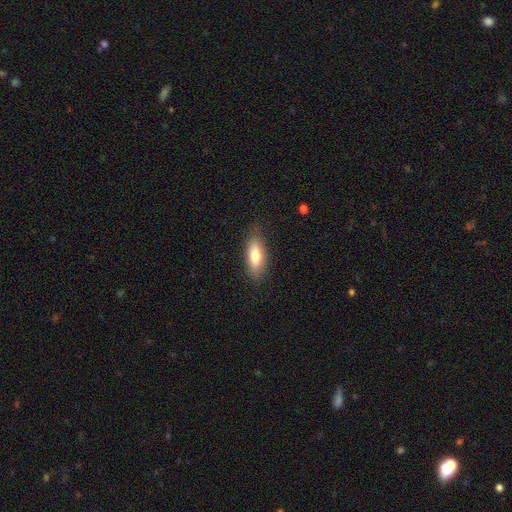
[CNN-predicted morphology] smooth_or_featured: smooth (p=0.75) [alt: featured or disk p=0.18]
how_rounded: in between (p=0.68) [alt: cigar-shaped p=0.29]
merging: none (p=0.82) [alt: minor disturbance p=0.14]